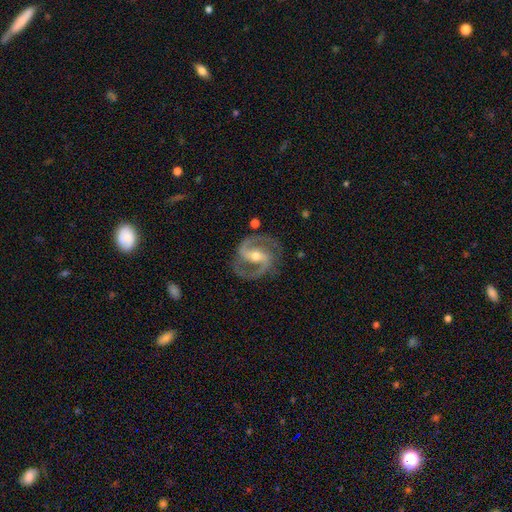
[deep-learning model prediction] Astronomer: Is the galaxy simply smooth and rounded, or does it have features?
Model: featured or disk — 93%.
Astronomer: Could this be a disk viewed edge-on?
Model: no — 98%.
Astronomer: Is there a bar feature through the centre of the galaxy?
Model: strong — 50% (runner-up: weak, 34%).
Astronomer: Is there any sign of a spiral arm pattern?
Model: yes — 98%.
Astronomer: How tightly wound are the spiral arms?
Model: medium — 63%.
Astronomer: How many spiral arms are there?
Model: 2 — 93%.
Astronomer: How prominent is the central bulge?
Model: moderate — 59% (runner-up: small, 37%).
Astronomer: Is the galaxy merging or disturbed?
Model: none — 83%.